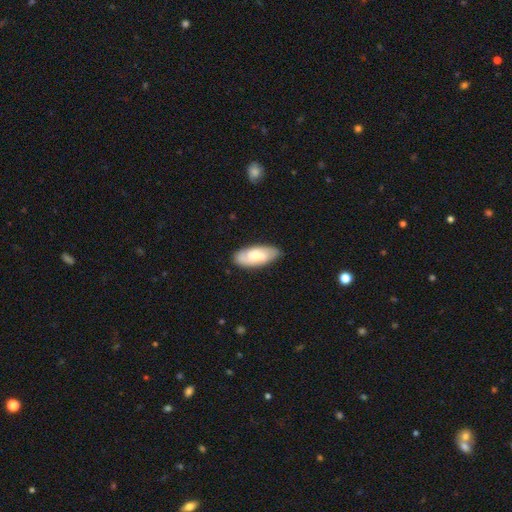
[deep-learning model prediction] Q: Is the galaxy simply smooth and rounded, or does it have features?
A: smooth — 52%.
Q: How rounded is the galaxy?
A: in between — 86%.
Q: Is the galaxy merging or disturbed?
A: none — 82%.